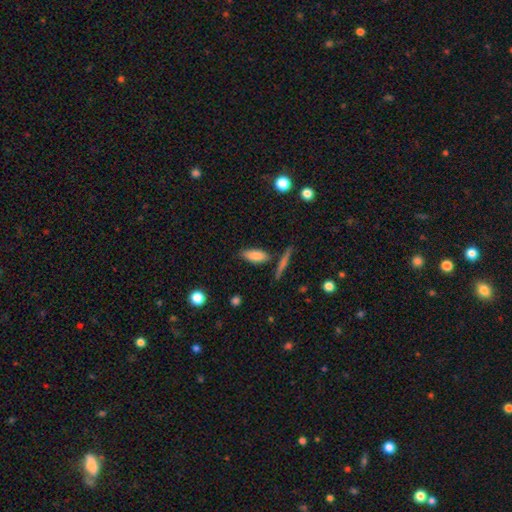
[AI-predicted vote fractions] smooth-or-featured: smooth: 82% | featured or disk: 11% | star or artifact: 7%
  how-rounded: in between: 75% | cigar-shaped: 23% | round: 3%
  merging: none: 73% | minor disturbance: 14% | merger: 9% | major disturbance: 4%